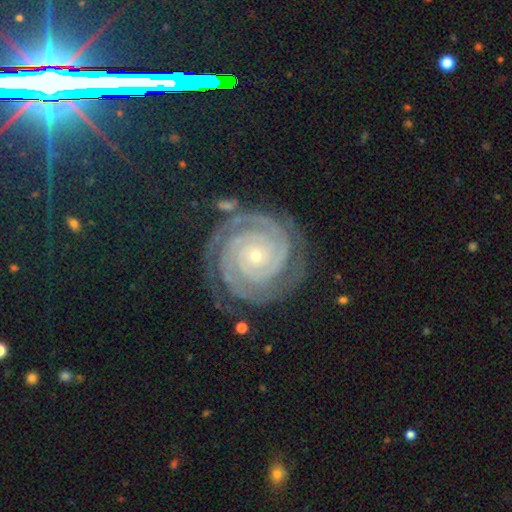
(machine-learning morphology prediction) Overall: featured or disk (92%). Edge-on disk: no (98%). Bar: no (79%). Spiral arms: yes (99%). Spiral arm count: 2 (54%; 3 19%). Spiral winding: tight (89%). Bulge size: small (83%). Merging: none (81%).